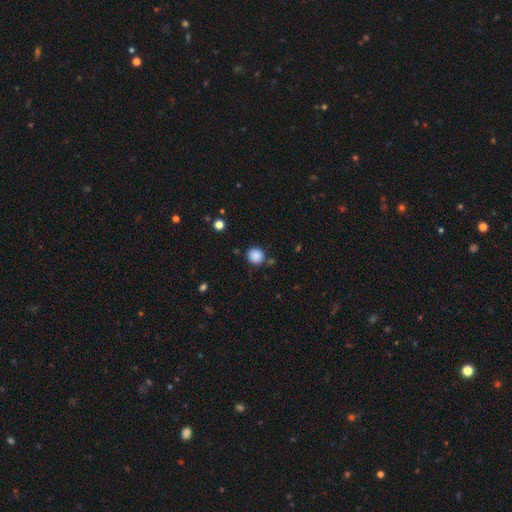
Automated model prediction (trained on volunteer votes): Overall: smooth (87%). How rounded: round (91%). Merging: none (82%).